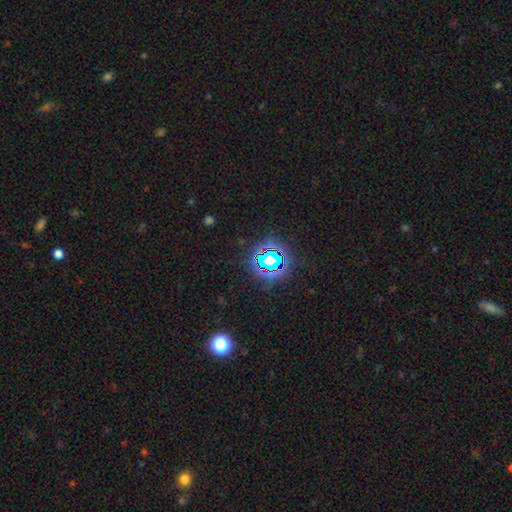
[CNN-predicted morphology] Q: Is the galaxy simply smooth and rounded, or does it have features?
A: star or artifact — 78%.